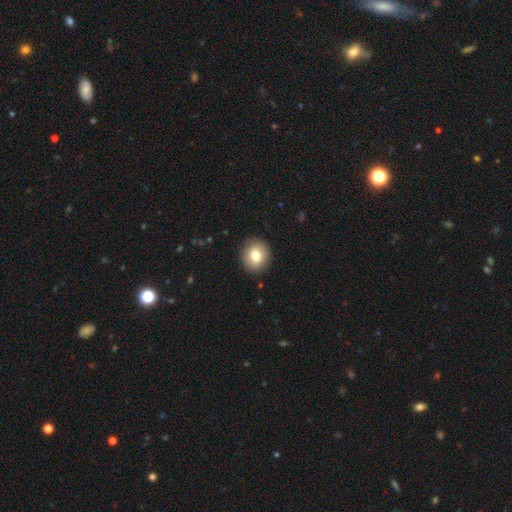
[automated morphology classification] smooth-or-featured: smooth: 78% | featured or disk: 13% | star or artifact: 9%
  how-rounded: round: 79% | in between: 20% | cigar-shaped: 1%
  merging: none: 91% | minor disturbance: 6% | major disturbance: 2% | merger: 1%